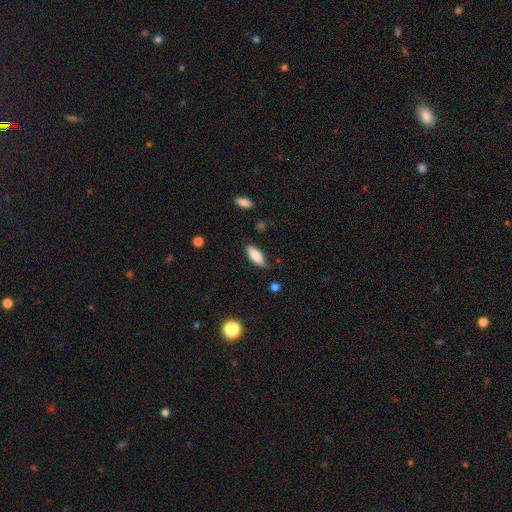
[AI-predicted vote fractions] The model was most divided on "how rounded": in between: 66%, cigar-shaped: 32%, round: 2%. More confident: merging — none (83%); smooth or featured — smooth (82%).